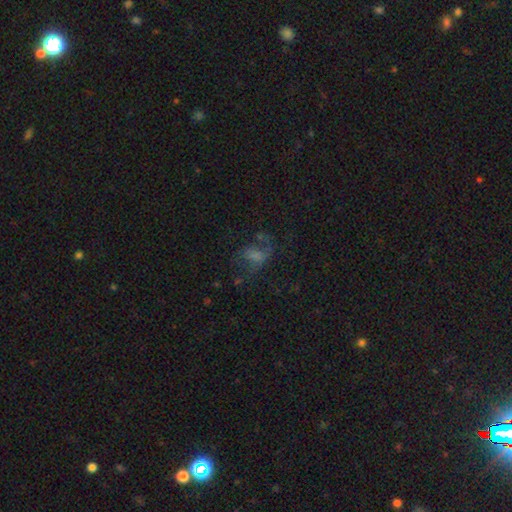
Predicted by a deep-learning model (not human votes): Smooth or featured? smooth (40%)
Merging? major disturbance (41%)